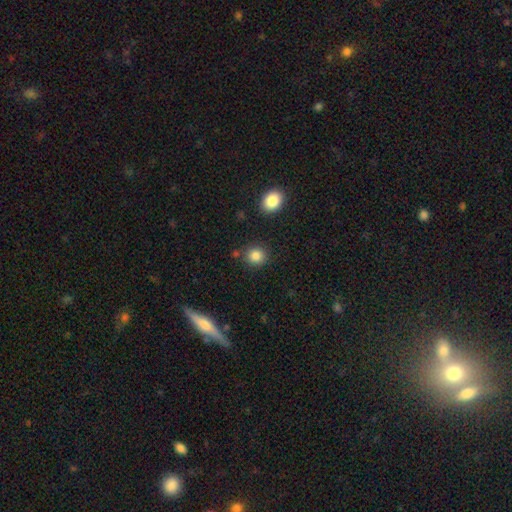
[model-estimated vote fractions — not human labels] The model was most divided on "how rounded": round: 85%, in between: 14%, cigar-shaped: 1%. More confident: smooth or featured — smooth (85%); merging — none (85%).